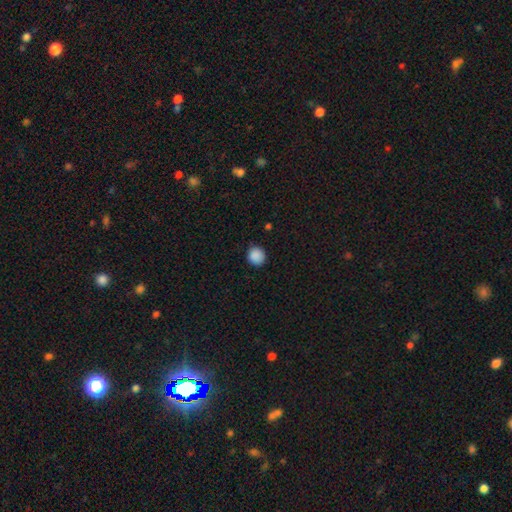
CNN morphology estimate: type=smooth (88%); roundness=round (89%); merging=none (87%).